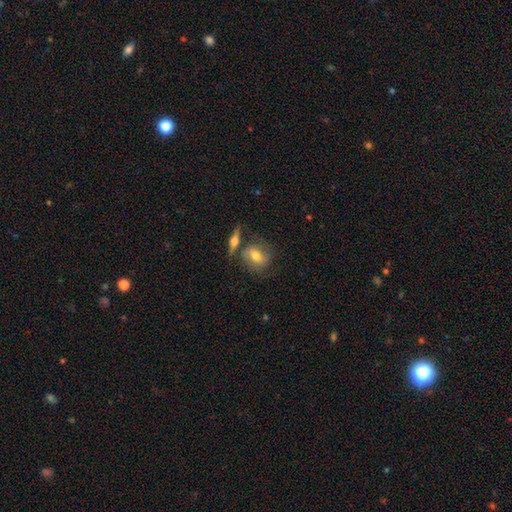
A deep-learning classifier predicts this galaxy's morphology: smooth-or-featured: smooth: 60% | featured or disk: 31% | star or artifact: 8%
  how-rounded: in between: 48% (tied) | round: 48% (tied) | cigar-shaped: 4%
  merging: none: 59% | merger: 20% | minor disturbance: 16% | major disturbance: 6%